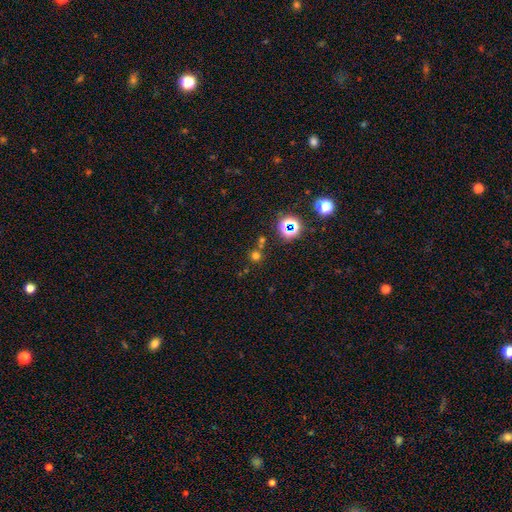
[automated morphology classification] smooth_or_featured: smooth (p=0.59) [alt: star or artifact p=0.34]
how_rounded: round (p=0.92) [alt: in between p=0.07]
merging: none (p=0.70) [alt: merger p=0.20]